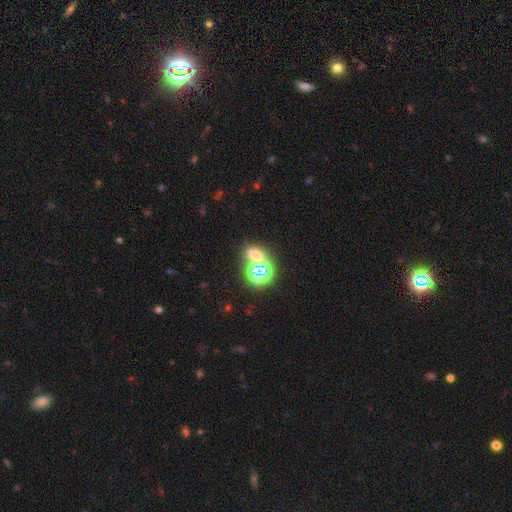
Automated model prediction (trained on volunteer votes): smooth 46%, star or artifact 45%, featured or disk 9%. Down the decision tree: merging — none (55%).